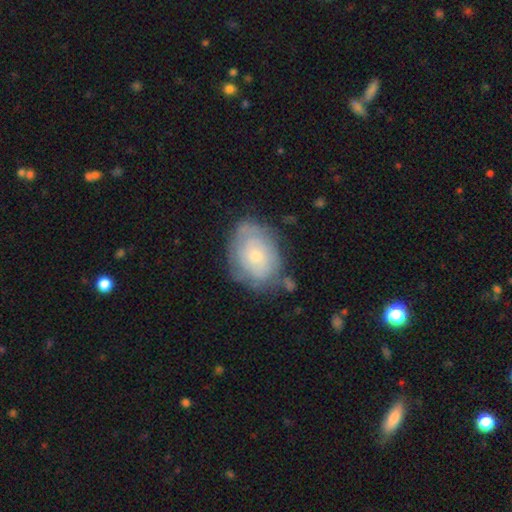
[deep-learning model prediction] Smooth or featured: featured or disk — 53% (smooth — 41%)
Edge-on disk: no — 96% (yes — 4%)
Bar: no — 83% (weak — 15%)
Spiral arms: yes — 63% (no — 37%)
Bulge size: small — 60% (moderate — 35%)
Merging: none — 67% (minor disturbance — 23%)